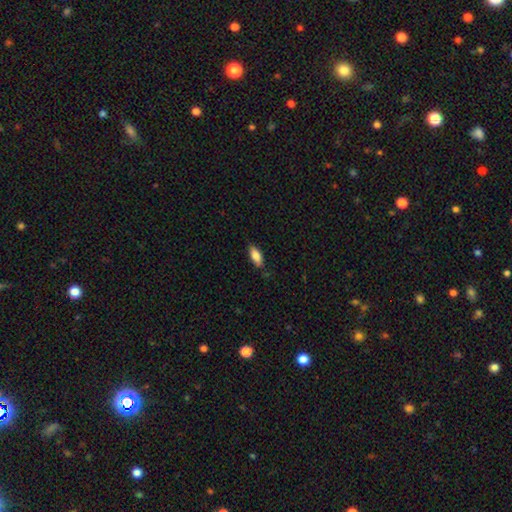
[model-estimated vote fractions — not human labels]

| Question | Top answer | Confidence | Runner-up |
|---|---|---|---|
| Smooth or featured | smooth | 84% | featured or disk (9%) |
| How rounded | in between | 84% | cigar-shaped (14%) |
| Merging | none | 79% | minor disturbance (17%) |